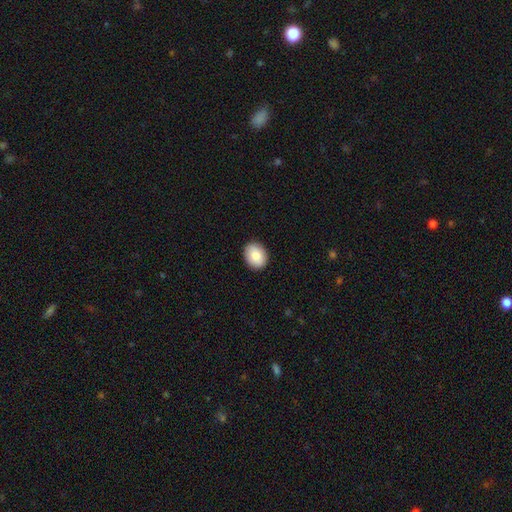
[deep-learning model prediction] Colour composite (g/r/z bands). It shows a smooth galaxy with no disk features (85%) that is in between round and cigar-shaped (63%). Merging: none (90%).